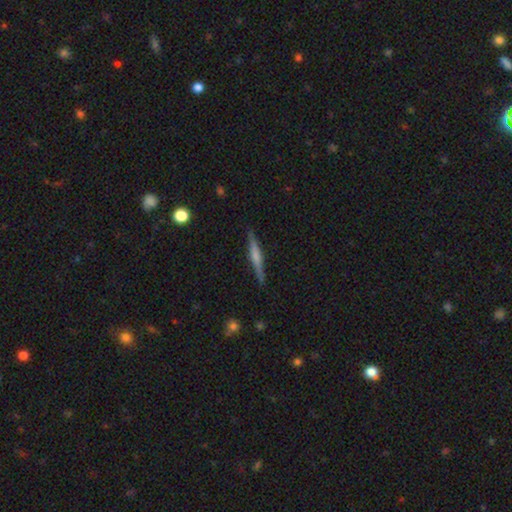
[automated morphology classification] The model was most divided on "smooth or featured": featured or disk: 63%, smooth: 30%, star or artifact: 6%. More confident: edge-on disk — yes (98%); merging — none (89%); edge-on bulge — rounded (58%).